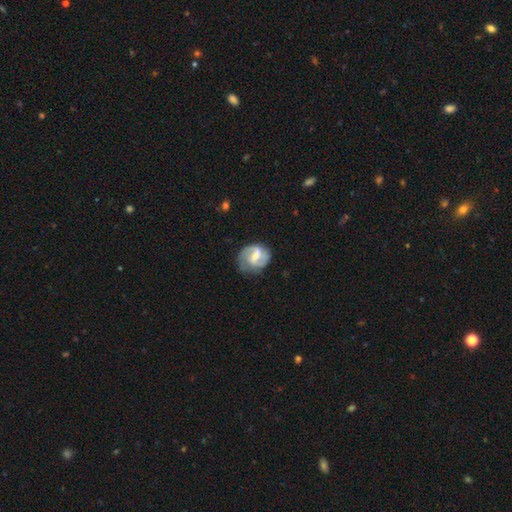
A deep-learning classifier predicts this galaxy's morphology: This appears to be a featured or disk galaxy (78%) with a weak bar (53%), 2 (81%) medium (48%) spiral arms (92%) and a moderate central bulge (42%). Merging: none (68%).